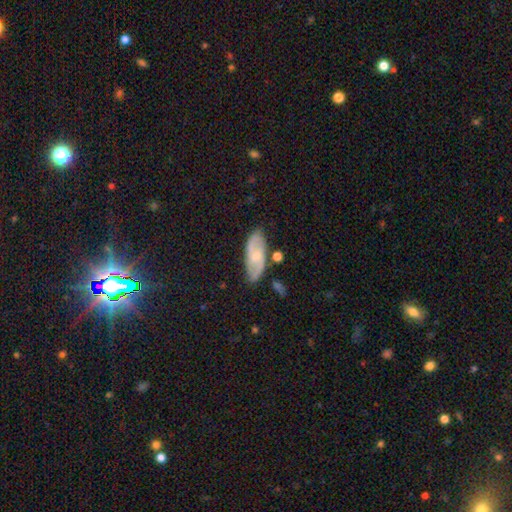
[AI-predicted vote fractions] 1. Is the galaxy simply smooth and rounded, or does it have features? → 61% featured or disk, 33% smooth, 7% star or artifact.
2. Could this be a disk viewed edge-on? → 90% no, 10% yes.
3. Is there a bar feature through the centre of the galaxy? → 44% no (tied), 44% weak (tied), 12% strong.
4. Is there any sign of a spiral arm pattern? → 85% yes, 15% no.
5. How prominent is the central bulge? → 60% small, 32% moderate, 5% none, 2% large, 1% dominant.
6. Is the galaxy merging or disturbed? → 75% none, 16% minor disturbance, 4% merger, 4% major disturbance.